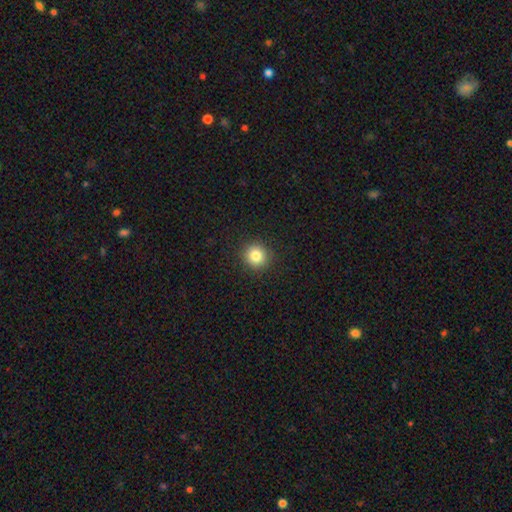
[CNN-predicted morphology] A smooth galaxy with no disk features (83%) that is round (92%).

Vote fractions:
- Smooth or featured? smooth: 83% / star or artifact: 11% / featured or disk: 6%
- How rounded? round: 92% / in between: 7% / cigar-shaped: 1%
- Merging? none: 91% / minor disturbance: 6% / major disturbance: 2% / merger: 1%